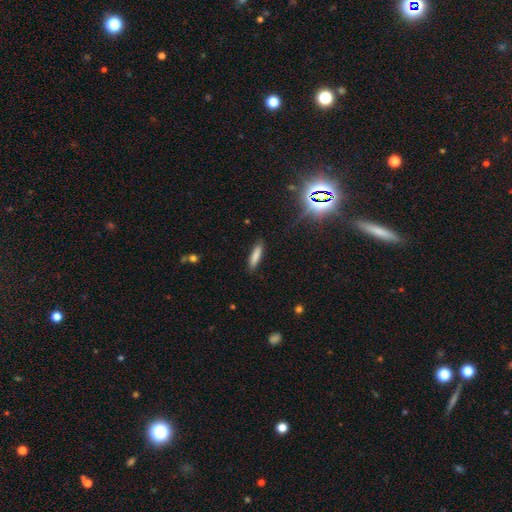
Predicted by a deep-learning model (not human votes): The model was most divided on "how rounded": cigar-shaped: 78%, in between: 21%, round: 1%. More confident: merging — none (88%); smooth or featured — smooth (83%).